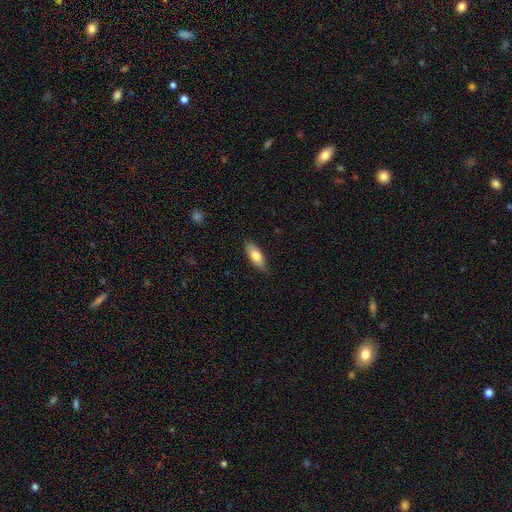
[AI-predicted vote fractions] A smooth galaxy with no disk features (77%) that is in between round and cigar-shaped (72%). Merging: none (84%).